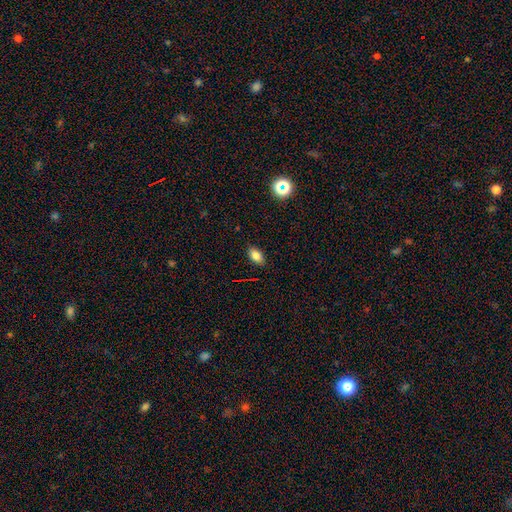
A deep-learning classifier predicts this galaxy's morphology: A smooth galaxy with no disk features (81%) that is in between round and cigar-shaped (88%).

Vote fractions:
- Smooth or featured? smooth: 81% / star or artifact: 12% / featured or disk: 8%
- How rounded? in between: 88% / round: 9% / cigar-shaped: 3%
- Merging? none: 87% / minor disturbance: 10% / major disturbance: 2% / merger: 1%